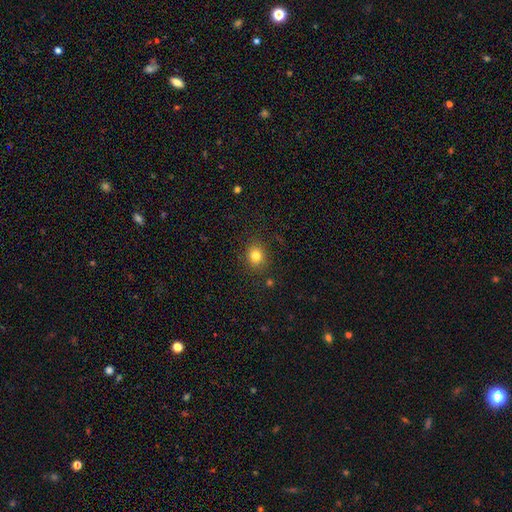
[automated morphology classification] Smooth or featured?
  - smooth: 81% *
  - star or artifact: 12%
  - featured or disk: 6%
How rounded?
  - round: 72% *
  - in between: 27%
  - cigar-shaped: 1%
Merging?
  - none: 86% *
  - minor disturbance: 9%
  - major disturbance: 3%
  - merger: 2%